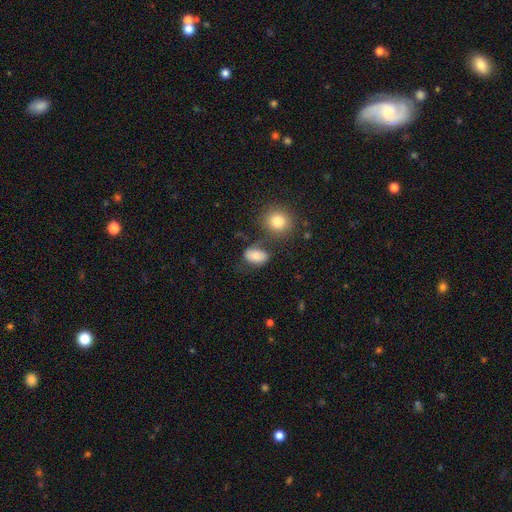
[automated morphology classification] A smooth galaxy with no disk features (75%) that is in between round and cigar-shaped (82%).

Vote fractions:
- Smooth or featured? smooth: 75% / featured or disk: 15% / star or artifact: 10%
- How rounded? in between: 82% / round: 17% / cigar-shaped: 2%
- Merging? none: 58% / minor disturbance: 20% / merger: 13% / major disturbance: 9%